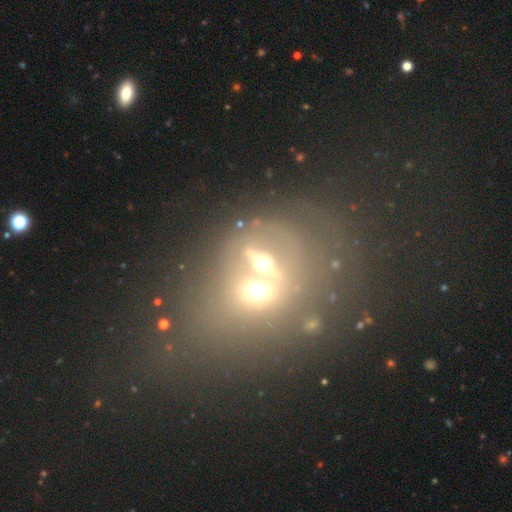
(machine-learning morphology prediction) Overall: featured or disk (44%; smooth 34%). Merging: merger (59%; none 25%).